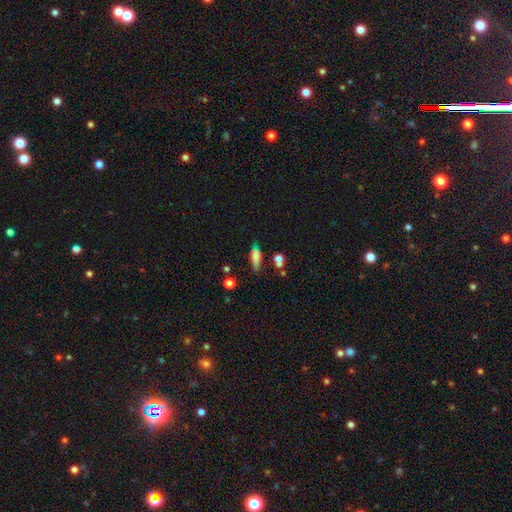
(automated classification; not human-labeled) smooth_or_featured: smooth (p=0.70) [alt: featured or disk p=0.19]
how_rounded: in between (p=0.57) [alt: cigar-shaped p=0.38]
merging: none (p=0.63) [alt: minor disturbance p=0.22]